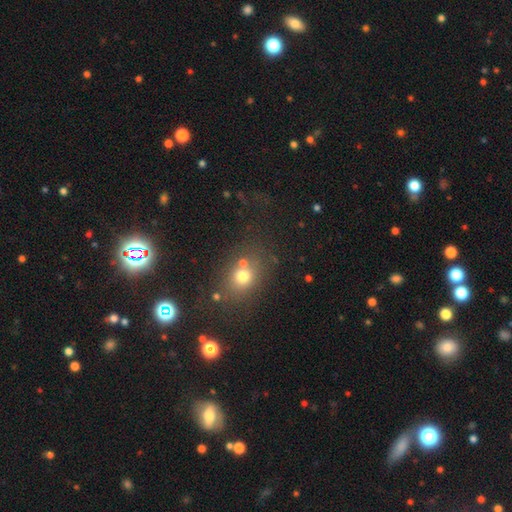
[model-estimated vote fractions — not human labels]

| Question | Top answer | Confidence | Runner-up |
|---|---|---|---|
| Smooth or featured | smooth | 52% | star or artifact (37%) |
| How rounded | round | 71% | in between (28%) |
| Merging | none | 66% | merger (14%) |